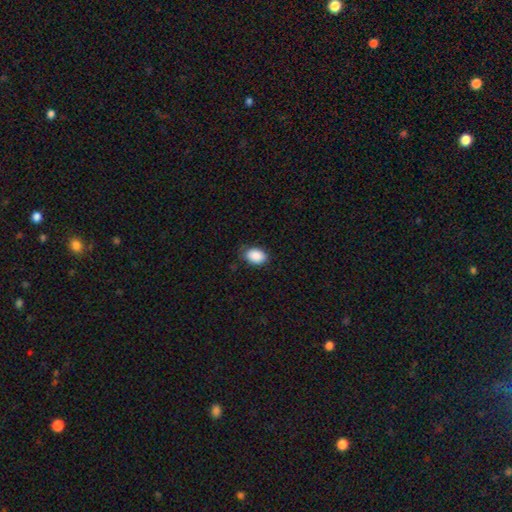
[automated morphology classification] type=smooth (89%); roundness=in between (80%); merging=none (76%).